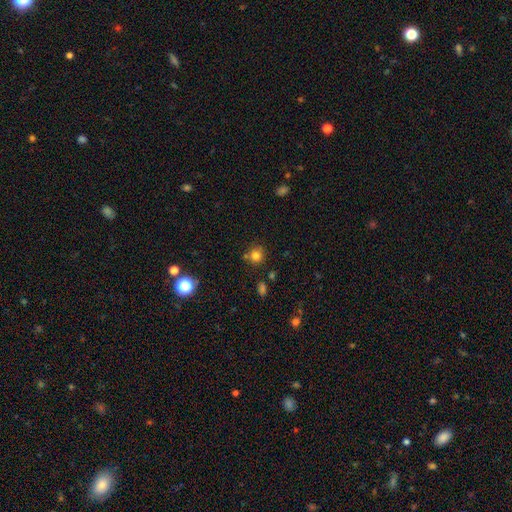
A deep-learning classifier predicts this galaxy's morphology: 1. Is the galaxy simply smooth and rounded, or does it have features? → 78% smooth, 15% star or artifact, 7% featured or disk.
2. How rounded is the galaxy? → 88% round, 11% in between, 1% cigar-shaped.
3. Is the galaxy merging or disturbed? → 76% none, 12% minor disturbance, 9% merger, 3% major disturbance.